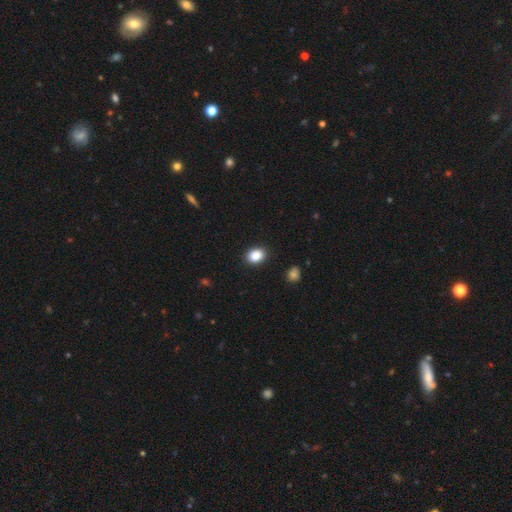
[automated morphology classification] type=smooth (88%); roundness=in between (70%); merging=none (89%).